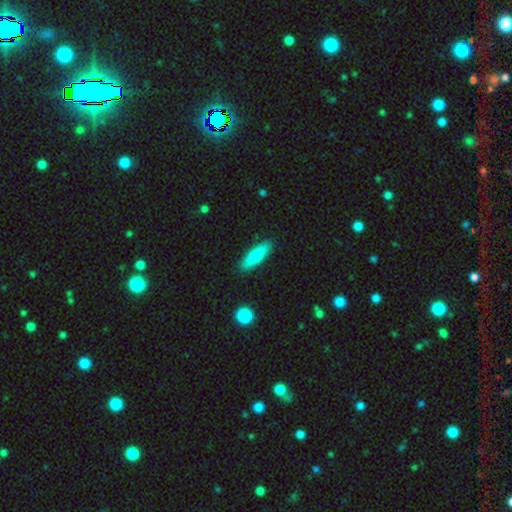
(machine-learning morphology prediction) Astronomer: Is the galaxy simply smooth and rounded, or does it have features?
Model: smooth — 79%.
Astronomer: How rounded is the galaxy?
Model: cigar-shaped — 60% (runner-up: in between, 38%).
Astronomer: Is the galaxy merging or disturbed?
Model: none — 89%.